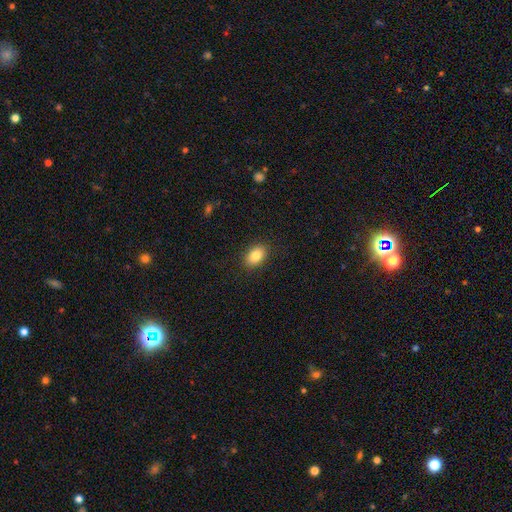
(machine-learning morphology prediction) smooth 84%, star or artifact 8%, featured or disk 8%. Down the decision tree: how rounded — in between (82%); merging — none (88%).